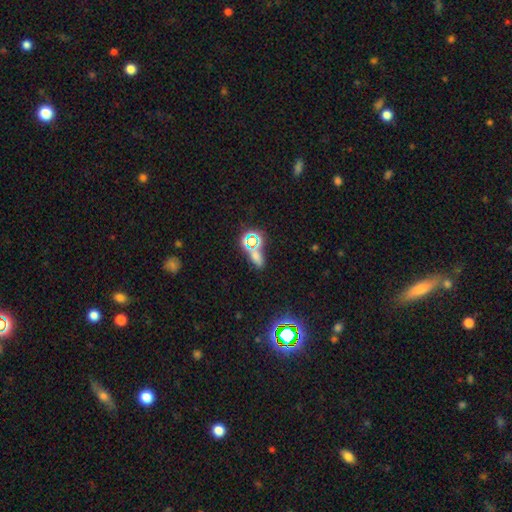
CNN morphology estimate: smooth 47%, star or artifact 44%, featured or disk 9%. Down the decision tree: merging — none (61%).